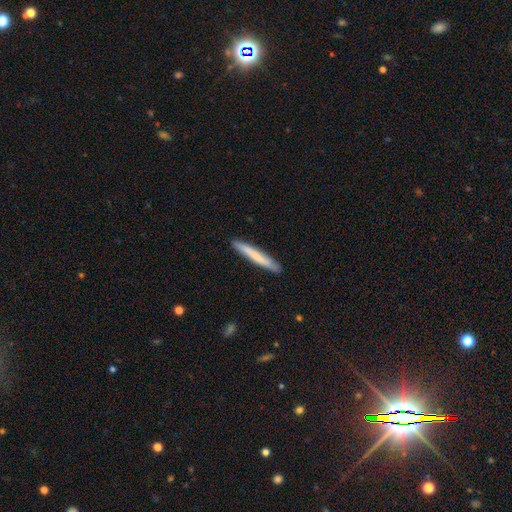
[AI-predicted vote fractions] Morphology: type=smooth (68%); roundness=cigar-shaped (96%); merging=none (90%).